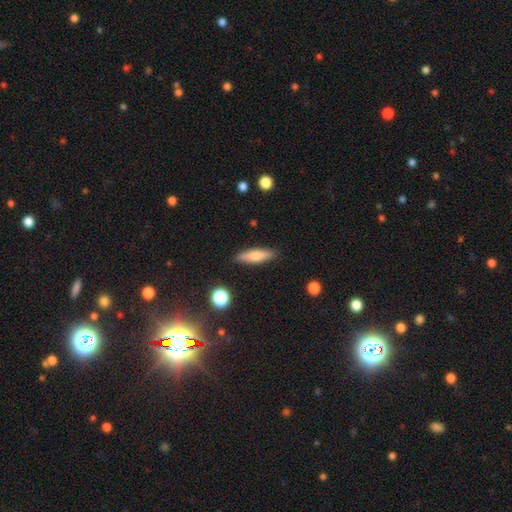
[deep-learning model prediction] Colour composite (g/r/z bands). It shows a smooth galaxy with no disk features (66%) that is cigar-shaped (72%). Merging: none (88%).